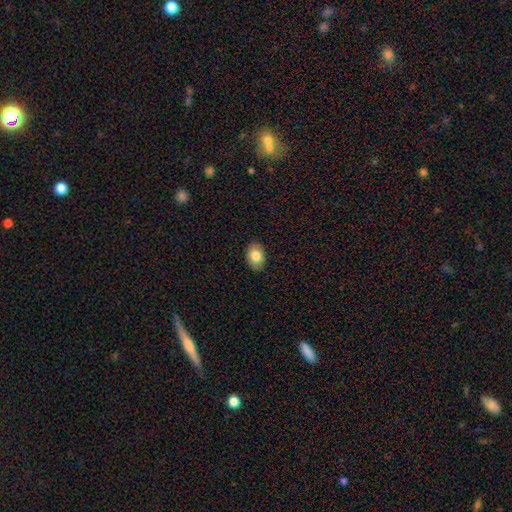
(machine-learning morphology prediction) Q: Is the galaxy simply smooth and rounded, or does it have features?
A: smooth — 83%.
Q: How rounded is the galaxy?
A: in between — 80%.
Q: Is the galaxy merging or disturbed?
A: none — 89%.